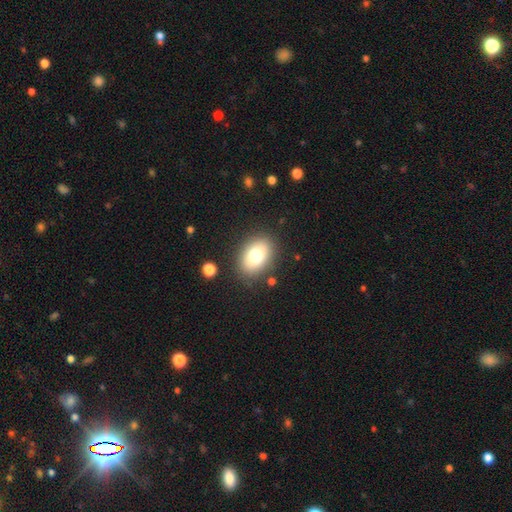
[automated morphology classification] Smooth or featured?
  - smooth: 74% *
  - featured or disk: 16%
  - star or artifact: 10%
How rounded?
  - in between: 78% *
  - round: 21%
  - cigar-shaped: 1%
Merging?
  - none: 84% *
  - minor disturbance: 10%
  - major disturbance: 3%
  - merger: 3%